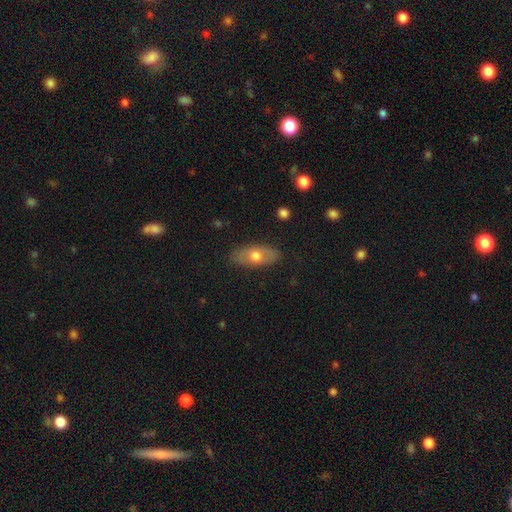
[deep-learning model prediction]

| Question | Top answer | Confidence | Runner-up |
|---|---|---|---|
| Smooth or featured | smooth | 60% | featured or disk (33%) |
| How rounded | in between | 83% | cigar-shaped (12%) |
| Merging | none | 85% | minor disturbance (11%) |